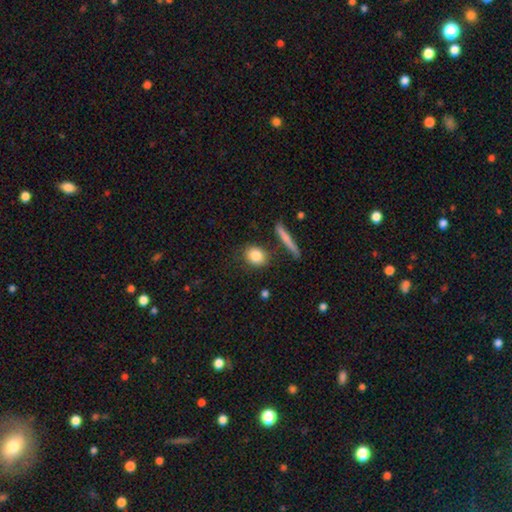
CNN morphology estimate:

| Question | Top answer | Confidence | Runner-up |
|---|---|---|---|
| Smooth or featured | smooth | 83% | featured or disk (9%) |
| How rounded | round | 59% | in between (36%) |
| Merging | none | 81% | minor disturbance (11%) |